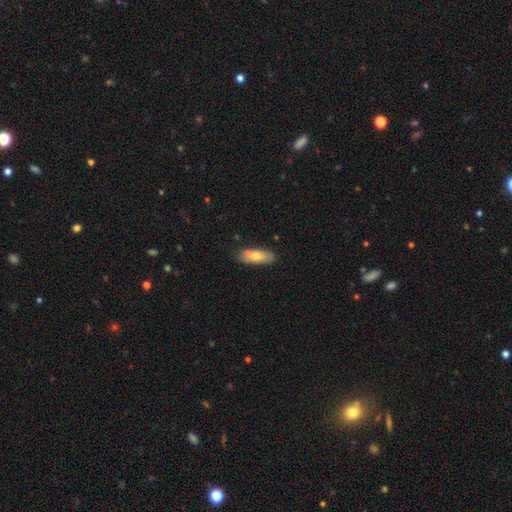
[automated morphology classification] This appears to be a smooth galaxy with no disk features (63%) that is in between round and cigar-shaped (66%). Merging: none (74%).